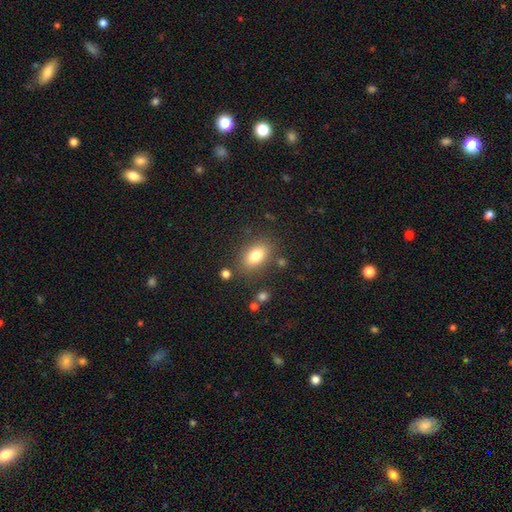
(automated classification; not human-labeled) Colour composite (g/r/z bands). It shows a smooth galaxy with no disk features (79%) that is in between round and cigar-shaped (84%). Merging: none (80%).